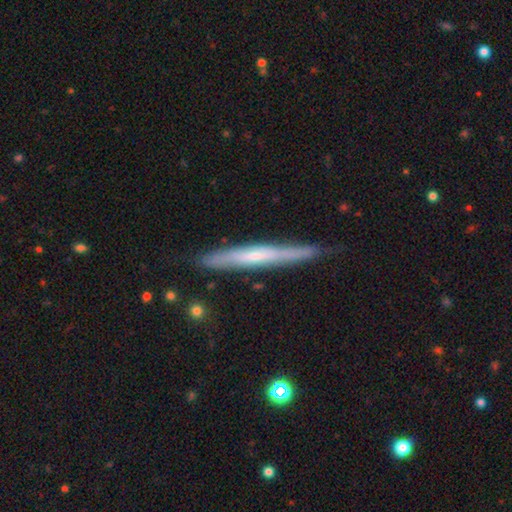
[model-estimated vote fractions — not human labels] A featured or disk galaxy (61%) viewed edge-on (93%) with no central bulge (56%). Merging: none (82%).